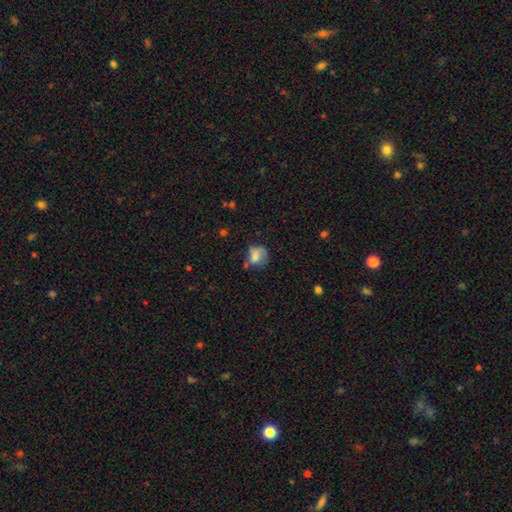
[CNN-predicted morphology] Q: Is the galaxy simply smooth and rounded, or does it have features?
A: smooth — 69%.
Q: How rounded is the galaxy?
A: round — 63%.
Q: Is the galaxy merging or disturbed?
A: none — 40%.